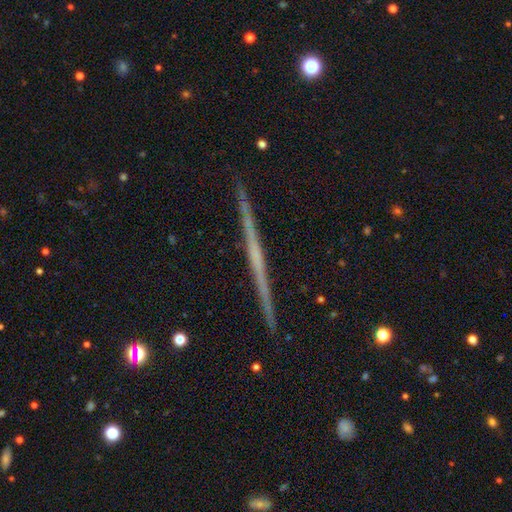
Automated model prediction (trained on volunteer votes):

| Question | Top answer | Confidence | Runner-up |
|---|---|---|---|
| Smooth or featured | featured or disk | 71% | smooth (22%) |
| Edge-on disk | yes | 98% | no (2%) |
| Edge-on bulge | none | 83% | rounded (11%) |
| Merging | none | 92% | minor disturbance (5%) |